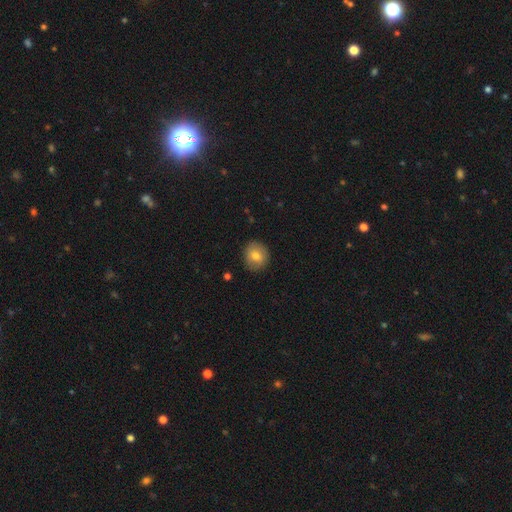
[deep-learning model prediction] This is likely a smooth galaxy (77%). How rounded: clearly round (84%). Merging: clearly none (88%).